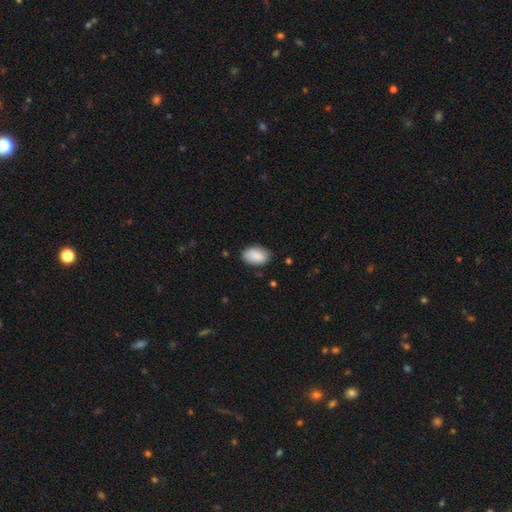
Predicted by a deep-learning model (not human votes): A smooth galaxy with no disk features (88%) that is in between round and cigar-shaped (91%).

Vote fractions:
- Smooth or featured? smooth: 88% / star or artifact: 7% / featured or disk: 5%
- How rounded? in between: 91% / round: 7% / cigar-shaped: 1%
- Merging? none: 79% / minor disturbance: 16% / major disturbance: 3% / merger: 2%